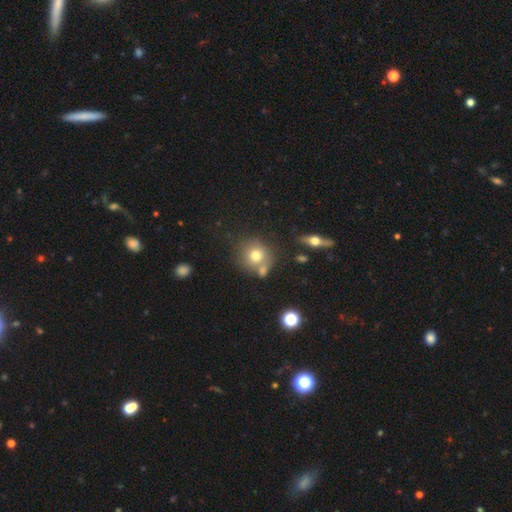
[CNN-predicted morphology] Overall: smooth (72%). How rounded: round (89%). Merging: none (62%).